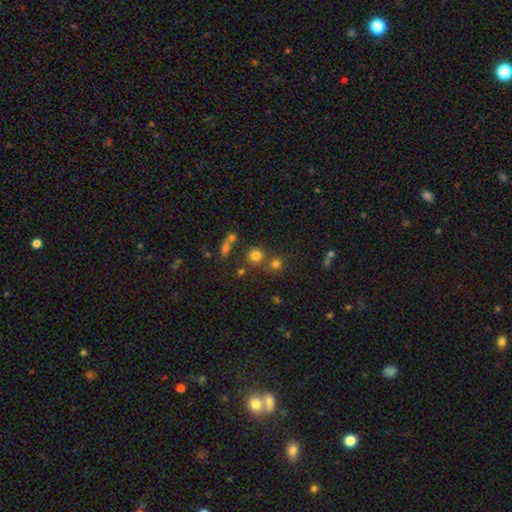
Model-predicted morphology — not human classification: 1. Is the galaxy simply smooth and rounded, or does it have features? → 73% smooth, 18% star or artifact, 8% featured or disk.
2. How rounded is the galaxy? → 89% round, 10% in between, 1% cigar-shaped.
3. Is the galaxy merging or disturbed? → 66% none, 22% merger, 8% minor disturbance, 4% major disturbance.